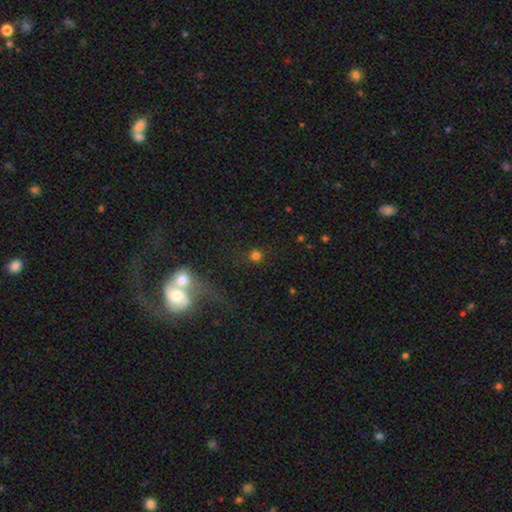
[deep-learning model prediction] Morphology: type=smooth (73%); roundness=round (92%); merging=none (81%).